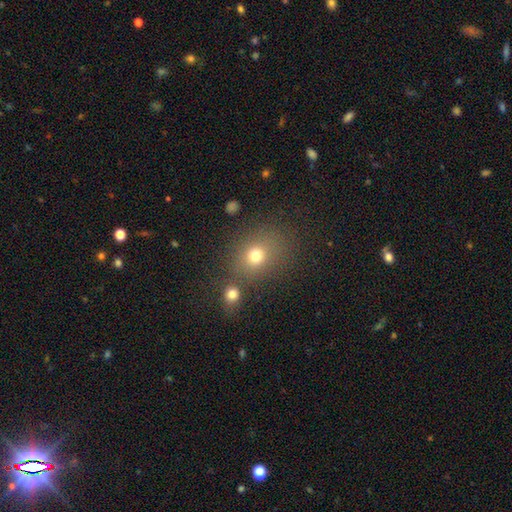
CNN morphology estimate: A smooth galaxy with no disk features (73%) that is round (57%). Merging: none (70%).